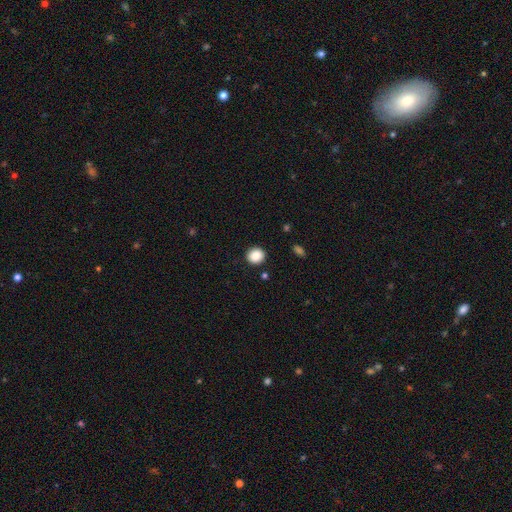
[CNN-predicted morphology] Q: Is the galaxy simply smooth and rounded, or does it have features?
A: smooth — 89%.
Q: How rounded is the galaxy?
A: round — 84%.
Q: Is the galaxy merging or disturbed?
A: none — 89%.